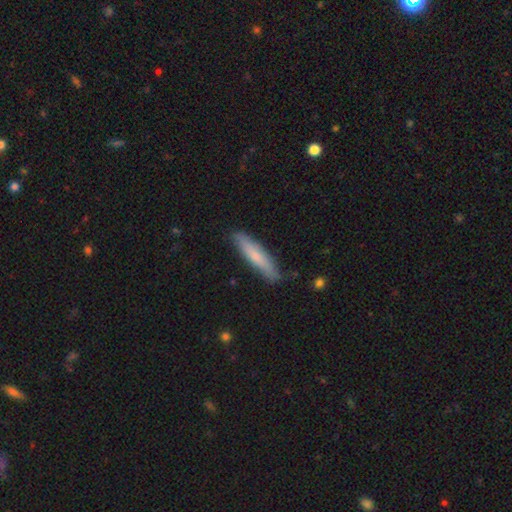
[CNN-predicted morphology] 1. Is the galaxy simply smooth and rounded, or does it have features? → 70% smooth, 25% featured or disk, 5% star or artifact.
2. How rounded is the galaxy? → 86% cigar-shaped, 12% in between, 1% round.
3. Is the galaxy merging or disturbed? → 85% none, 11% minor disturbance, 2% major disturbance, 1% merger.